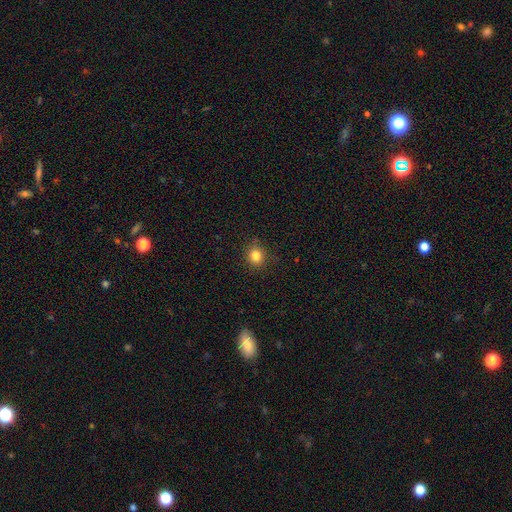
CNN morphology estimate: Q: Smooth or featured?
A: smooth (83%); runner-up: star or artifact (12%)
Q: How rounded?
A: round (83%); runner-up: in between (16%)
Q: Merging?
A: none (87%); runner-up: minor disturbance (10%)